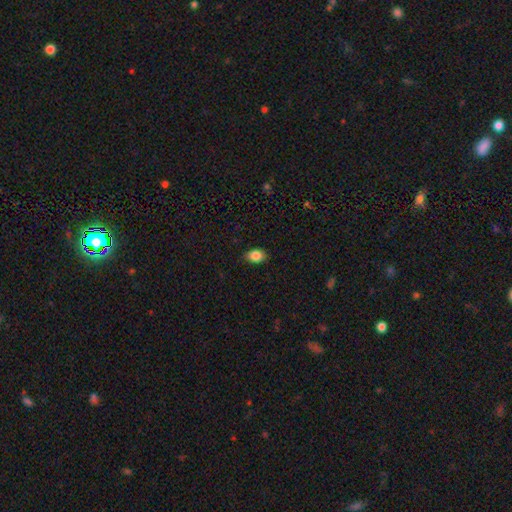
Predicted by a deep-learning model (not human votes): Q: Smooth or featured?
A: smooth (86%); runner-up: star or artifact (8%)
Q: How rounded?
A: in between (78%); runner-up: round (21%)
Q: Merging?
A: none (85%); runner-up: minor disturbance (12%)